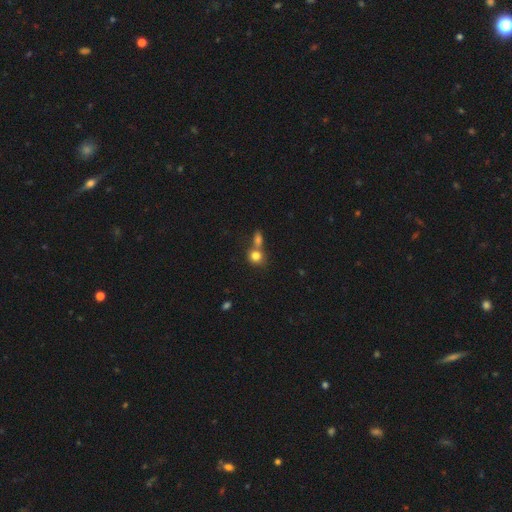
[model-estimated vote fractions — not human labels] smooth-or-featured: smooth: 80% | star or artifact: 11% | featured or disk: 9%
  how-rounded: round: 78% | in between: 20% | cigar-shaped: 1%
  merging: merger: 46% | none: 42% | minor disturbance: 8% | major disturbance: 4%